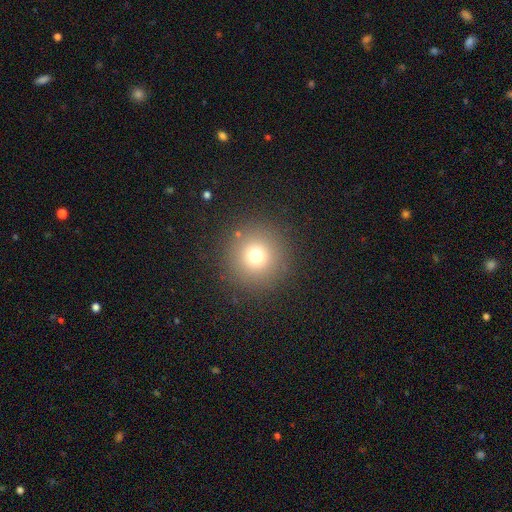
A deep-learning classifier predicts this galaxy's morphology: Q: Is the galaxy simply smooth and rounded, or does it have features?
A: smooth — 73%.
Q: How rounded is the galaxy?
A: round — 96%.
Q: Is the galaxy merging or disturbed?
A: none — 89%.